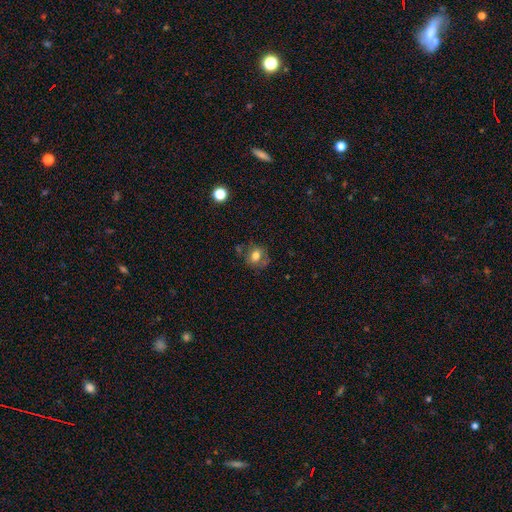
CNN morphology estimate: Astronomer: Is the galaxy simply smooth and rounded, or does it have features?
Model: smooth — 69%.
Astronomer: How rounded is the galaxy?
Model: round — 55% (runner-up: in between, 44%).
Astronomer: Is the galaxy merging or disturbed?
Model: none — 63%.